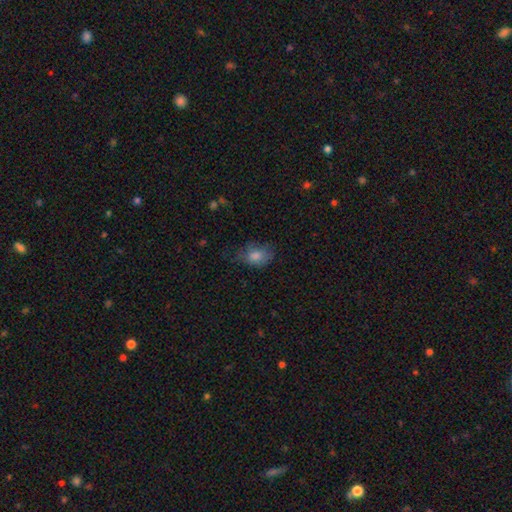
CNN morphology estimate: smooth-or-featured: smooth: 76% | featured or disk: 14% | star or artifact: 11%
  how-rounded: in between: 72% | round: 26% | cigar-shaped: 2%
  merging: none: 55% | minor disturbance: 30% | major disturbance: 13% | merger: 2%